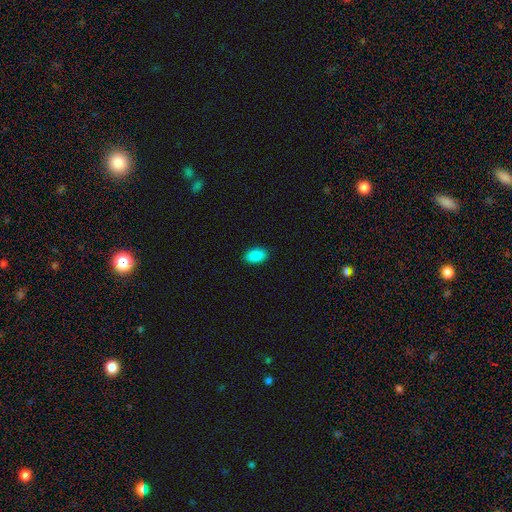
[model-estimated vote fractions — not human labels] The model was most divided on "merging": none: 89%, minor disturbance: 8%, major disturbance: 2%, merger: 1%. More confident: how rounded — in between (92%); smooth or featured — smooth (89%).